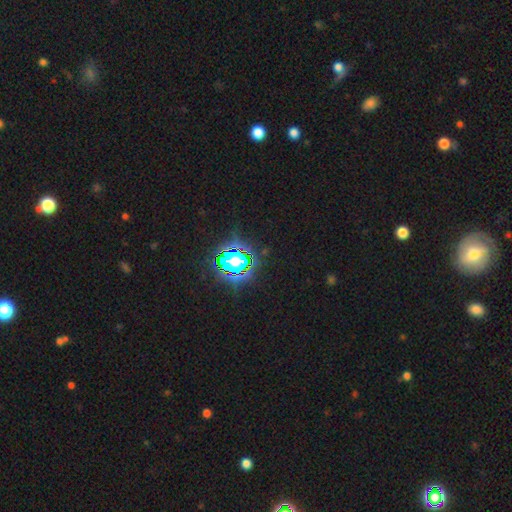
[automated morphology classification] Smooth or featured?
  - star or artifact: 79% *
  - smooth: 13%
  - featured or disk: 7%